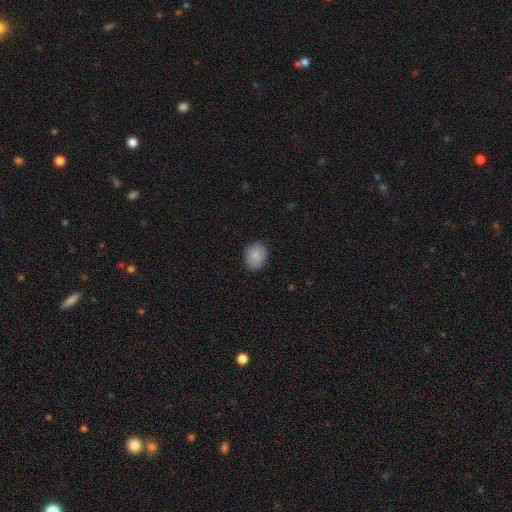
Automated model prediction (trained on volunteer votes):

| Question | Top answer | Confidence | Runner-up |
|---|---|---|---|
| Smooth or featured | smooth | 86% | star or artifact (7%) |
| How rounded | round | 53% | in between (47%) |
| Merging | none | 84% | minor disturbance (12%) |